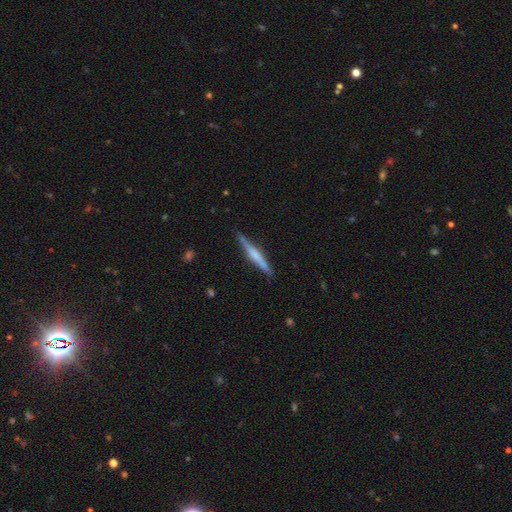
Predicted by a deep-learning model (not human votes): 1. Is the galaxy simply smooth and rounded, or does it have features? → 59% featured or disk, 36% smooth, 6% star or artifact.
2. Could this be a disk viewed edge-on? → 98% yes, 2% no.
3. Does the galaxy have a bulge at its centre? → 51% rounded, 28% none, 21% boxy.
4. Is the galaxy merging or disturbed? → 87% none, 10% minor disturbance, 2% major disturbance, 1% merger.